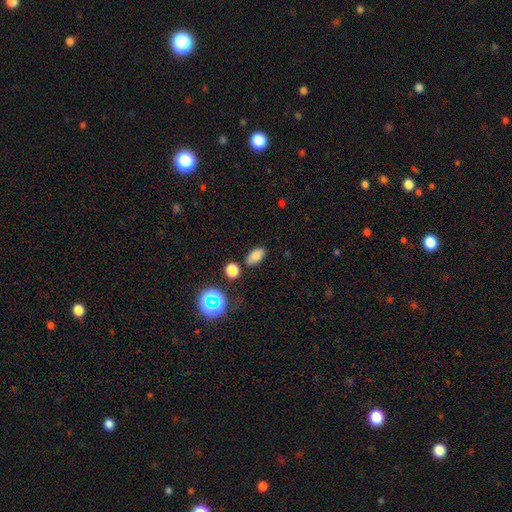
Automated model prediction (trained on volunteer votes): Smooth or featured? Predicted: smooth (p=0.76). How rounded? Predicted: in between (p=0.89). Merging? Predicted: none (p=0.80).